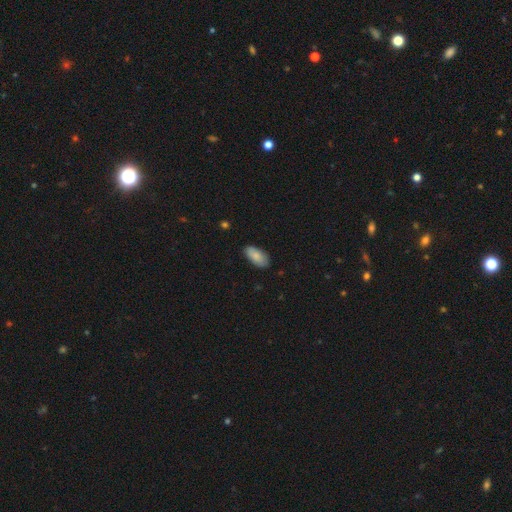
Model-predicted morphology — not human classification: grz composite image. It shows a smooth galaxy with no disk features (85%) that is in between round and cigar-shaped (92%). Merging: none (83%).